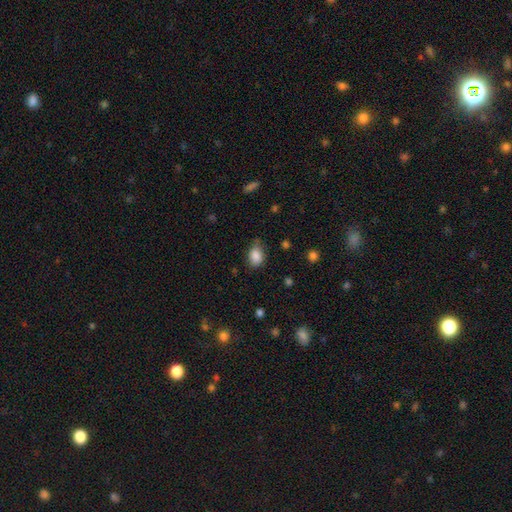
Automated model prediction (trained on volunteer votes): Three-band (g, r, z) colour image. It shows a smooth galaxy with no disk features (86%) that is in between round and cigar-shaped (76%). Merging: none (63%).